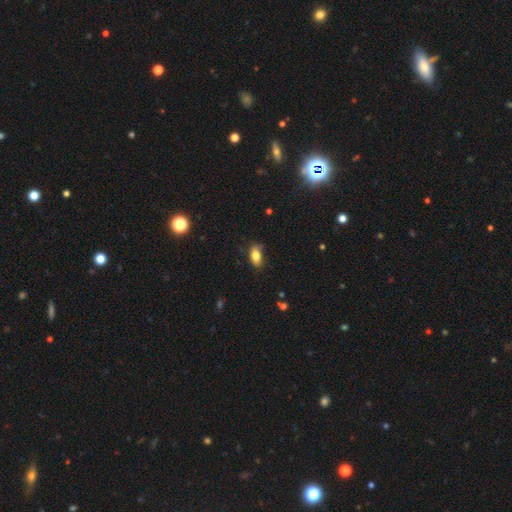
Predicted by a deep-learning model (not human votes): smooth_or_featured: smooth (p=0.80) [alt: featured or disk p=0.11]
how_rounded: in between (p=0.88) [alt: cigar-shaped p=0.07]
merging: none (p=0.69) [alt: minor disturbance p=0.24]